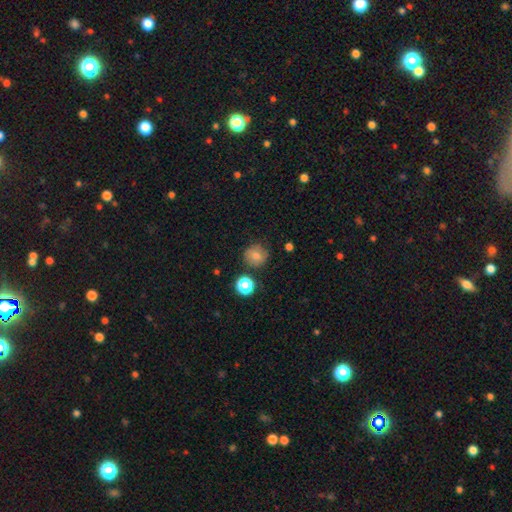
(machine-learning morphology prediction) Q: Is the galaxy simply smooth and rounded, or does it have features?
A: smooth — 77%.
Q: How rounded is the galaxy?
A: round — 91%.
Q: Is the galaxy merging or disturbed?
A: none — 80%.